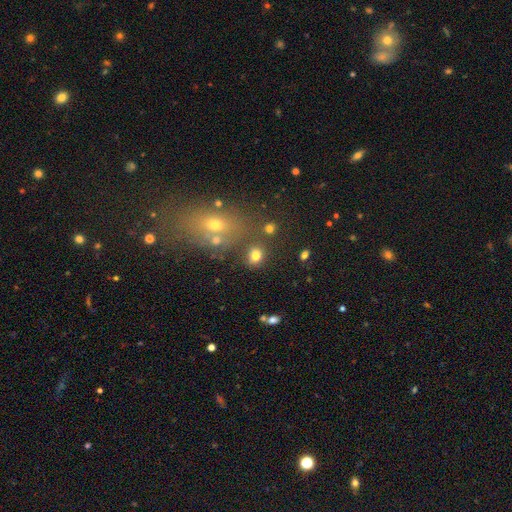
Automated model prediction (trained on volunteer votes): A smooth galaxy with no disk features (76%) that is round (58%). Merging: none (73%).